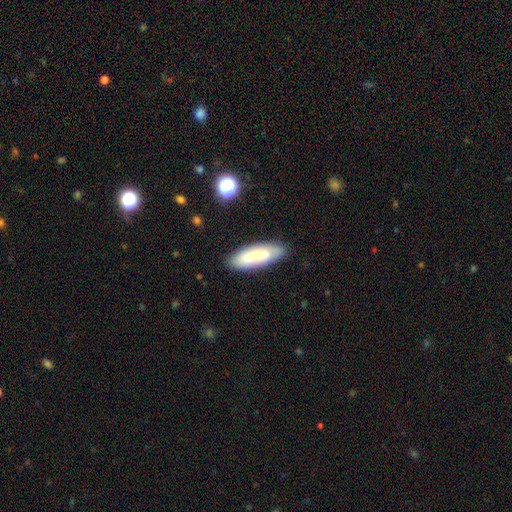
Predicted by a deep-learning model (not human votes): Smooth or featured? smooth (64%)
How rounded? in between (63%)
Merging? none (79%)